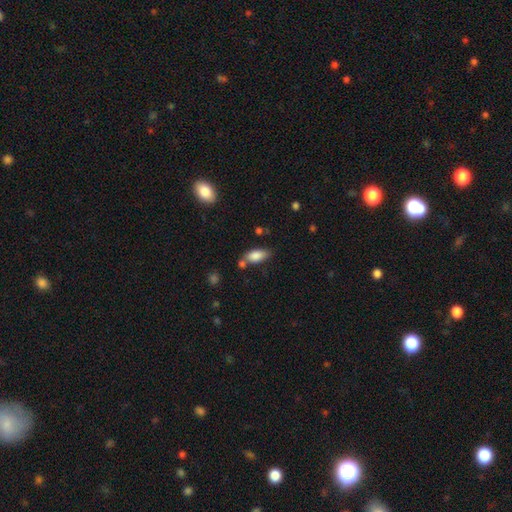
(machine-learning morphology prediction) A smooth galaxy with no disk features (83%) that is in between round and cigar-shaped (87%).

Vote fractions:
- Smooth or featured? smooth: 83% / featured or disk: 9% / star or artifact: 7%
- How rounded? in between: 87% / cigar-shaped: 10% / round: 3%
- Merging? none: 60% / minor disturbance: 20% / merger: 15% / major disturbance: 5%